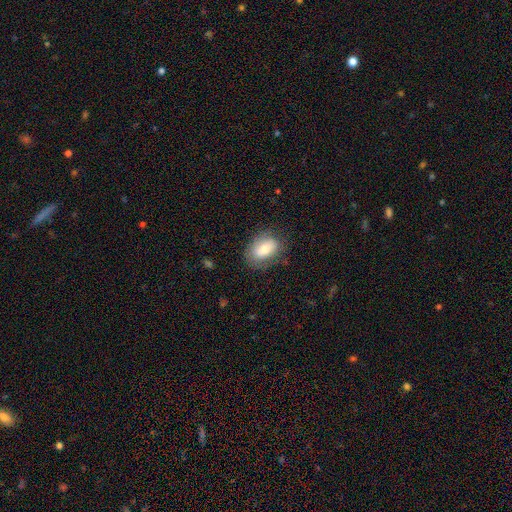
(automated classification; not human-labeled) smooth 67%, featured or disk 23%, star or artifact 9%. Down the decision tree: how rounded — in between (81%); merging — none (78%).